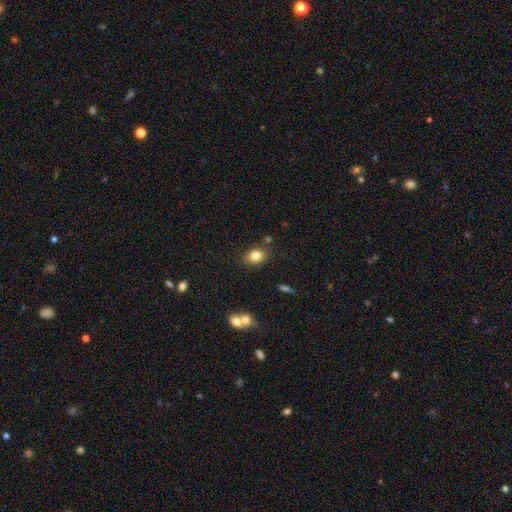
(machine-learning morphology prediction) type=smooth (82%); roundness=in between (66%); merging=none (80%).